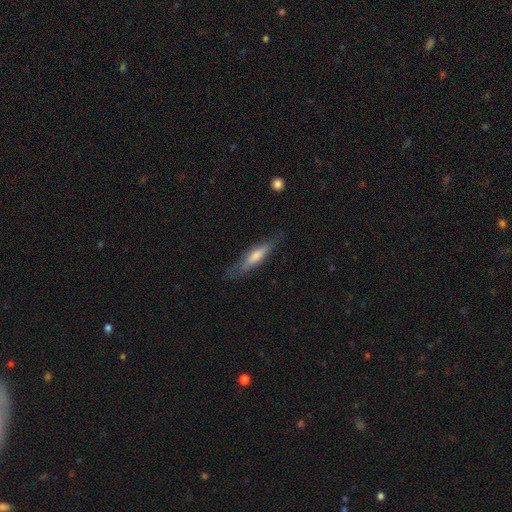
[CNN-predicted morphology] Smooth or featured? Predicted: smooth (p=0.52). How rounded? Predicted: cigar-shaped (p=0.76). Merging? Predicted: none (p=0.74).